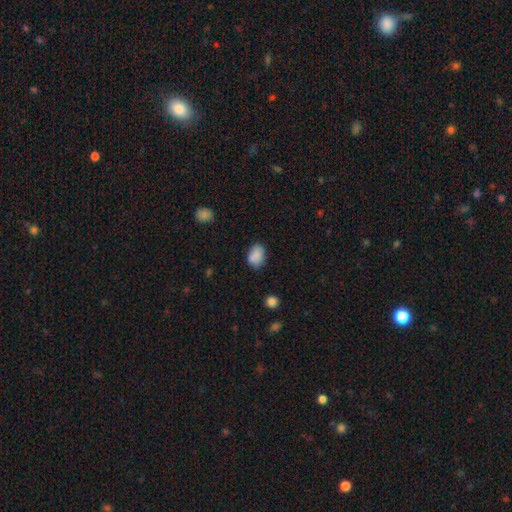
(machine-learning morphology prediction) type=smooth (81%); roundness=in between (76%); merging=none (62%).